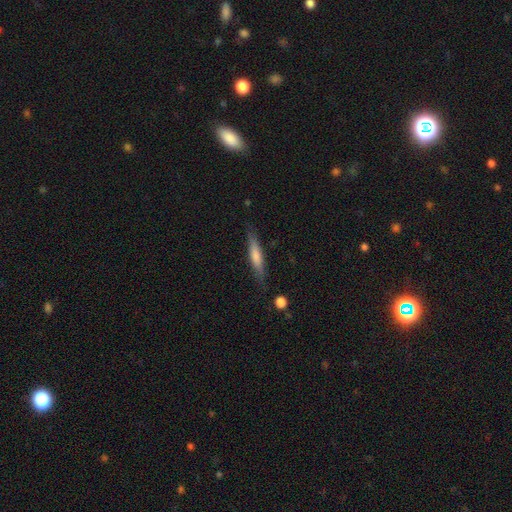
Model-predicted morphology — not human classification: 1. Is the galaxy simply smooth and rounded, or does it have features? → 54% smooth, 39% featured or disk, 7% star or artifact.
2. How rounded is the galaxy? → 89% cigar-shaped, 9% in between, 2% round.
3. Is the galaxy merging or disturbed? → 84% none, 12% minor disturbance, 3% major disturbance, 2% merger.